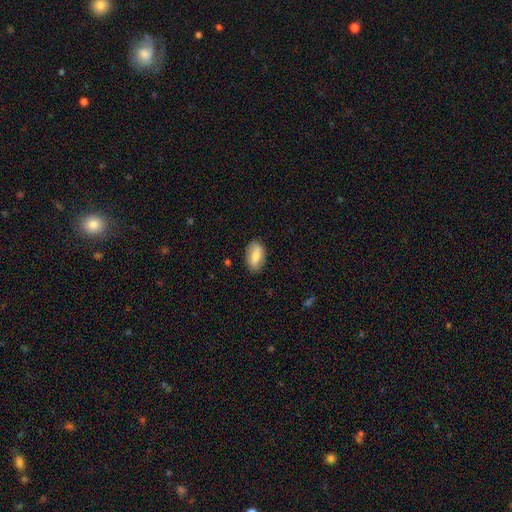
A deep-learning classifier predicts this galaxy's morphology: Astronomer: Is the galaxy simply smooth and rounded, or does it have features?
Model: smooth — 76%.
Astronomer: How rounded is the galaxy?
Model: in between — 92%.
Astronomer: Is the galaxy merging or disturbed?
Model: none — 83%.